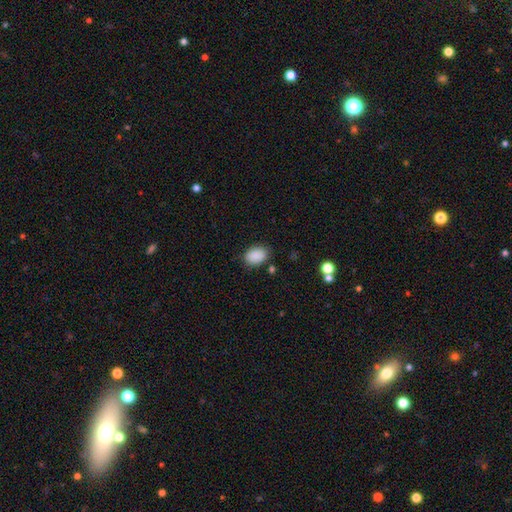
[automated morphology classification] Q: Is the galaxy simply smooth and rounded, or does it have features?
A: smooth — 89%.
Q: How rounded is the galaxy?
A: in between — 81%.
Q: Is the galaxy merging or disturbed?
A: none — 82%.